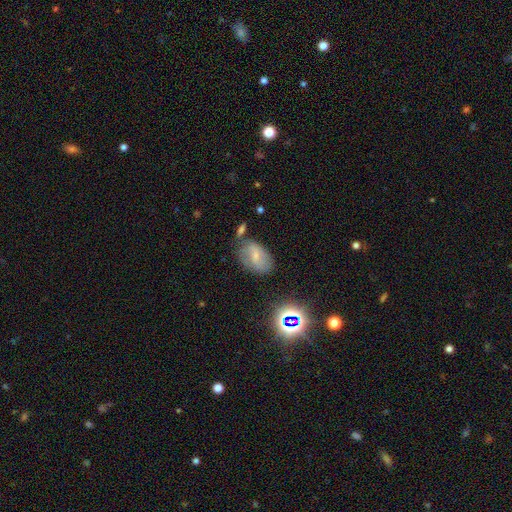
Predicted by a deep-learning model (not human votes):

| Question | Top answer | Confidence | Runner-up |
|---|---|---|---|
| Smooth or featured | smooth | 47% | featured or disk (38%) |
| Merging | none | 59% | minor disturbance (24%) |